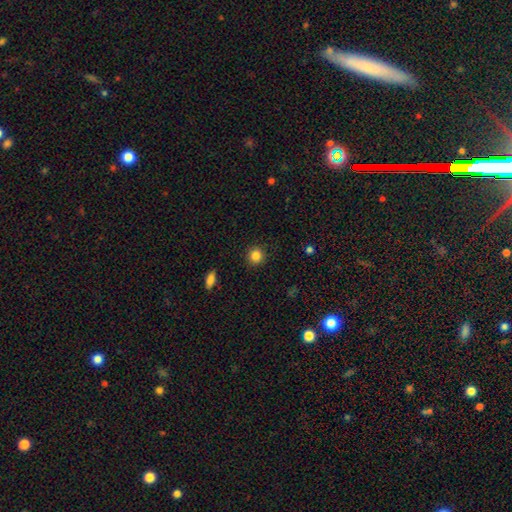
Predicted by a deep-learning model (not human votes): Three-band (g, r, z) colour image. It shows a smooth galaxy with no disk features (85%) that is round (92%). Merging: none (91%).